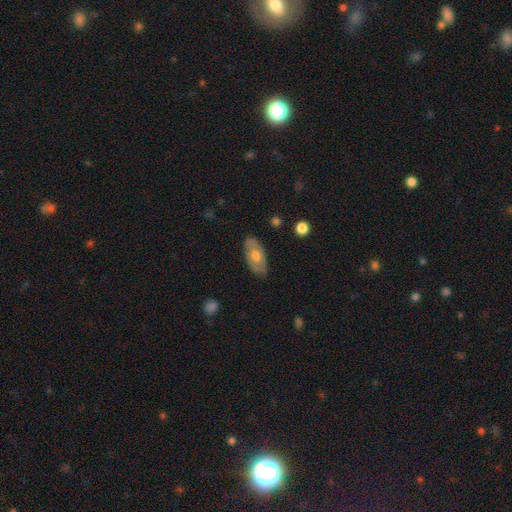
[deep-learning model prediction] A smooth galaxy with no disk features (52%) that is in between round and cigar-shaped (92%).

Vote fractions:
- Smooth or featured? smooth: 52% / featured or disk: 43% / star or artifact: 6%
- How rounded? in between: 92% / round: 5% / cigar-shaped: 3%
- Merging? none: 79% / minor disturbance: 17% / major disturbance: 3% / merger: 1%